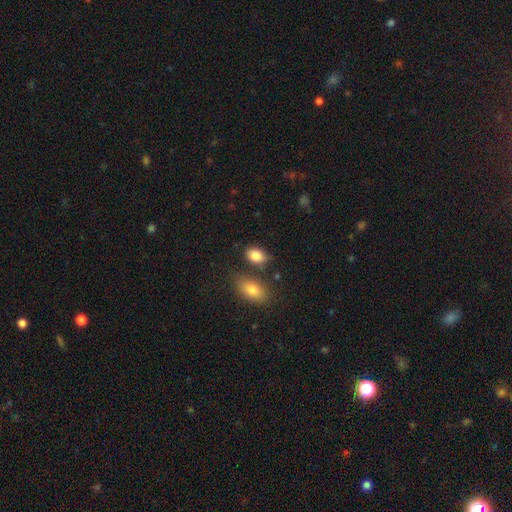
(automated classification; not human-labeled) A smooth galaxy with no disk features (85%) that is in between round and cigar-shaped (81%).

Vote fractions:
- Smooth or featured? smooth: 85% / star or artifact: 8% / featured or disk: 7%
- How rounded? in between: 81% / round: 17% / cigar-shaped: 2%
- Merging? none: 64% / minor disturbance: 19% / merger: 12% / major disturbance: 5%